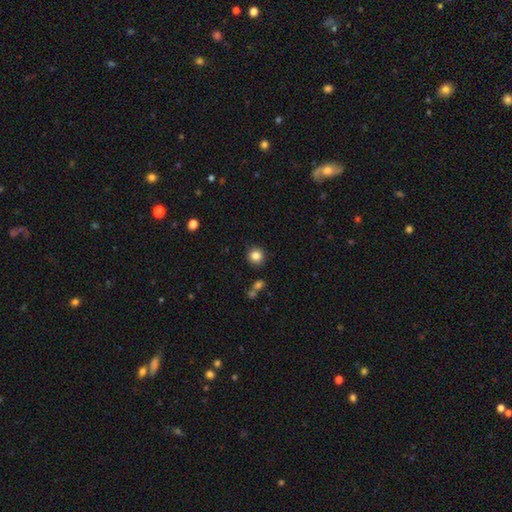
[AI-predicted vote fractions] Smooth or featured: smooth — 84% (star or artifact — 11%)
How rounded: round — 92% (in between — 7%)
Merging: none — 88% (minor disturbance — 7%)